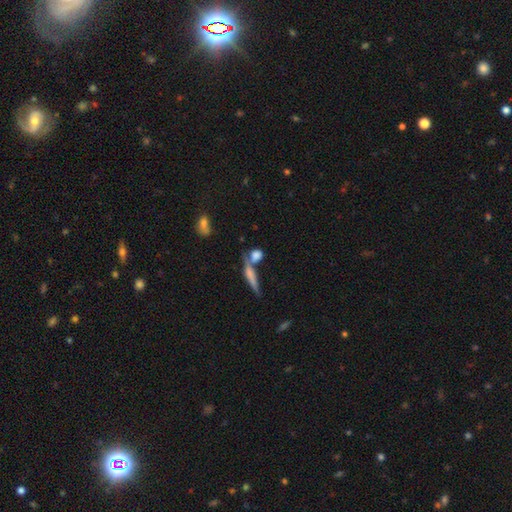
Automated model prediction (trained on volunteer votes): Overall: smooth (72%). How rounded: round (42%; in between 34%). Merging: none (47%; merger 35%).